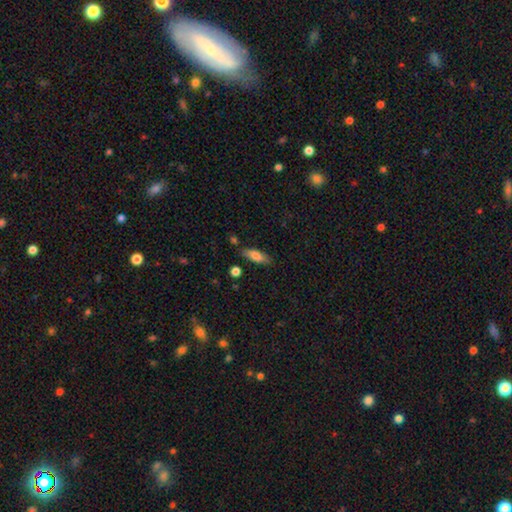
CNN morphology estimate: Smooth or featured? Predicted: smooth (p=0.80). How rounded? Predicted: in between (p=0.63). Merging? Predicted: none (p=0.79).